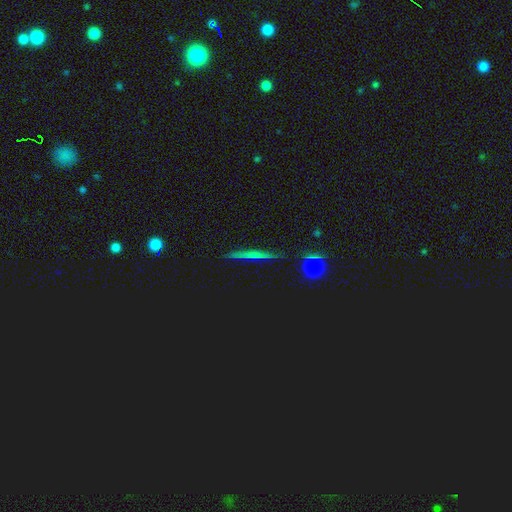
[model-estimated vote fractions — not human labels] Q: Smooth or featured?
A: featured or disk (49%); runner-up: smooth (27%)
Q: Merging?
A: none (90%); runner-up: minor disturbance (7%)